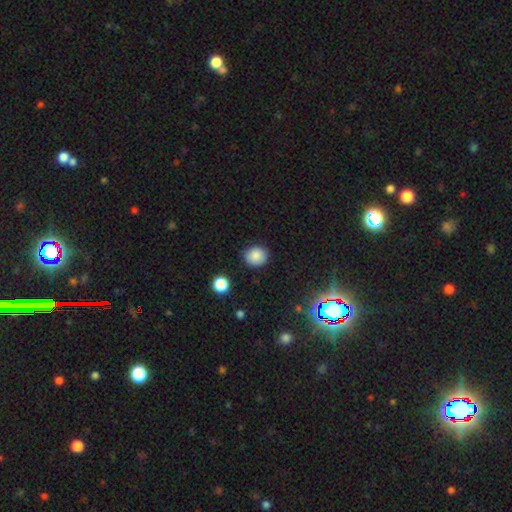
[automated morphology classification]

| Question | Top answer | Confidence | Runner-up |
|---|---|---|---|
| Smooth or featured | smooth | 84% | star or artifact (11%) |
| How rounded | round | 81% | in between (18%) |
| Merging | none | 85% | minor disturbance (11%) |